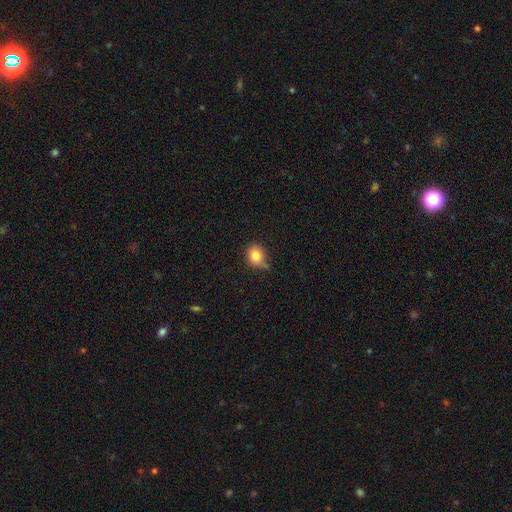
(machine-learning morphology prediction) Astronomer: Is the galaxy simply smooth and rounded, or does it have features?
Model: smooth — 82%.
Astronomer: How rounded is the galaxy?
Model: round — 70%.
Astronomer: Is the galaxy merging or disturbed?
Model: none — 63%.